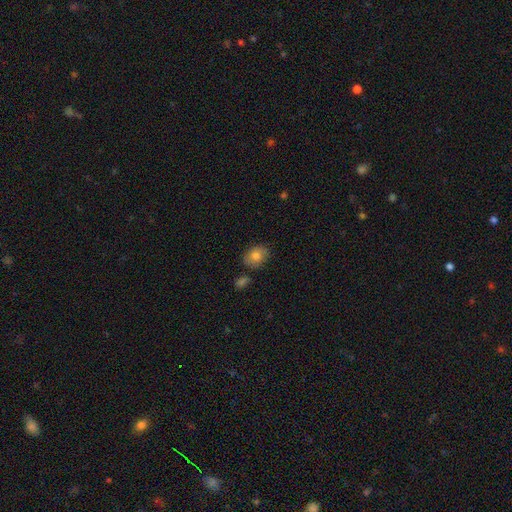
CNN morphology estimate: The model was most divided on "how rounded": in between: 60%, round: 39%, cigar-shaped: 1%. More confident: smooth or featured — smooth (80%); merging — none (78%).